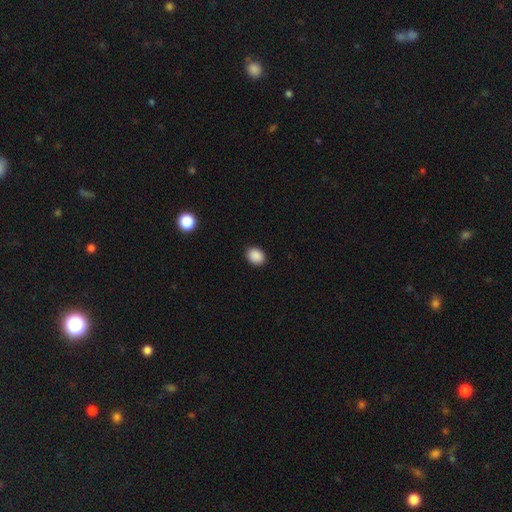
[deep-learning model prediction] This is clearly a smooth galaxy (89%). How rounded: possibly in between (58%). Merging: clearly none (90%).